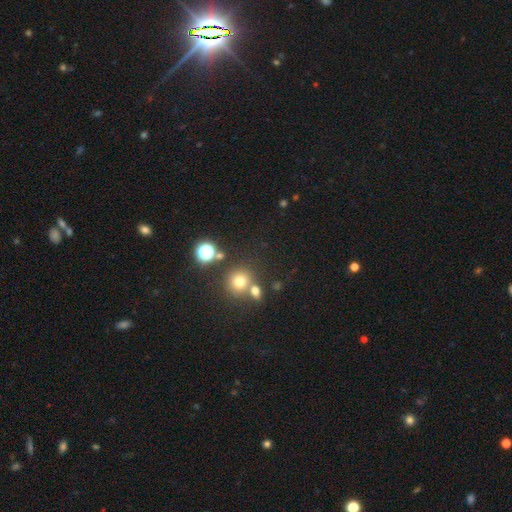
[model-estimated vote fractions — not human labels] This appears to be a star or artifact, not a galaxy (52%).